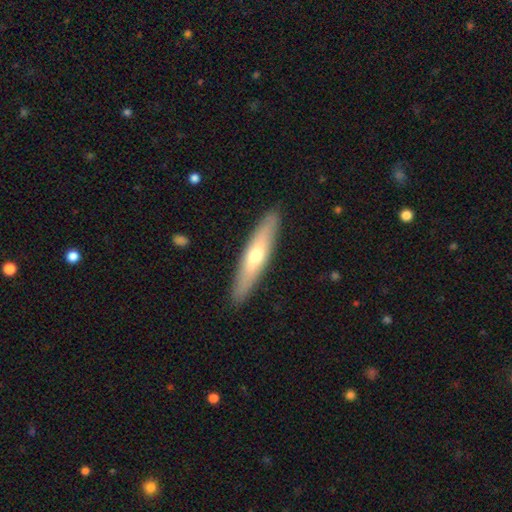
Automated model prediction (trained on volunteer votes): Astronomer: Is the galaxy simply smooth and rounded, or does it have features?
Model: smooth — 53% (runner-up: featured or disk, 42%).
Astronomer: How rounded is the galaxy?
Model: cigar-shaped — 84%.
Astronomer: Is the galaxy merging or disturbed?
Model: none — 90%.